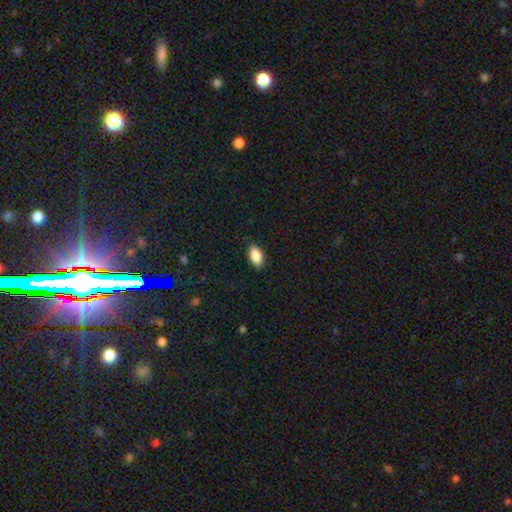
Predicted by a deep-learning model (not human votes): This is clearly a smooth galaxy (86%). How rounded: clearly in between (93%). Merging: clearly none (88%).